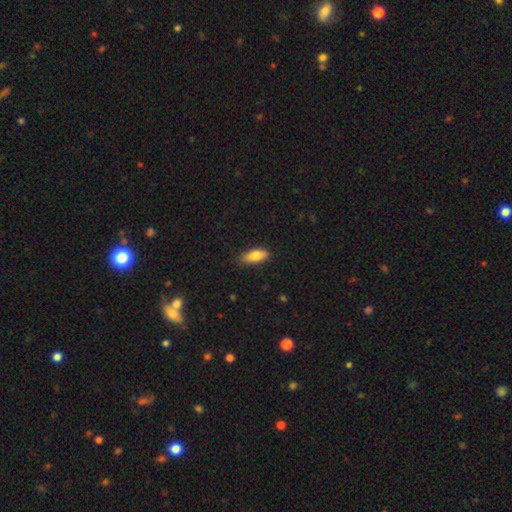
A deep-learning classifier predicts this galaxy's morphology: This appears to be a smooth galaxy with no disk features (79%) that is in between round and cigar-shaped (78%). Merging: none (81%).